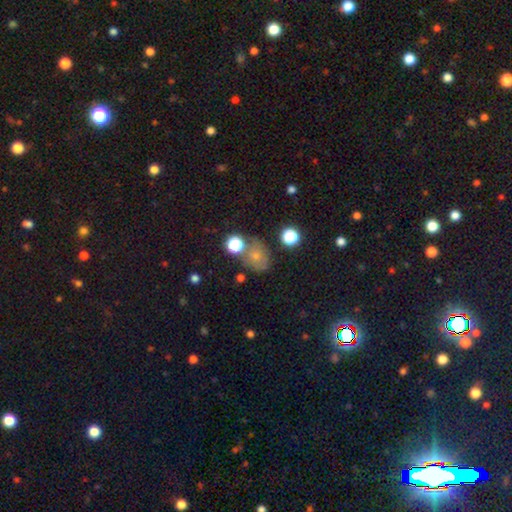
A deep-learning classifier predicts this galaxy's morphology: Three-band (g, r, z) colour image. It shows a smooth galaxy with no disk features (64%) that is round (53%). Merging: none (51%).